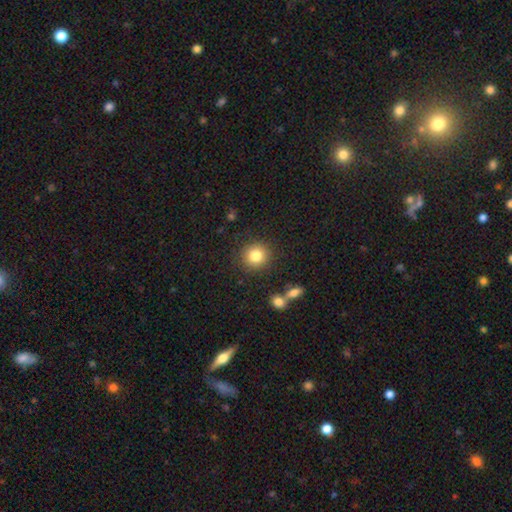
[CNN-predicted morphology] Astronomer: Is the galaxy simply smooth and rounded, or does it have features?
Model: smooth — 82%.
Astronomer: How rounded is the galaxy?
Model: round — 90%.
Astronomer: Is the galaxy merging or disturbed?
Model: none — 86%.